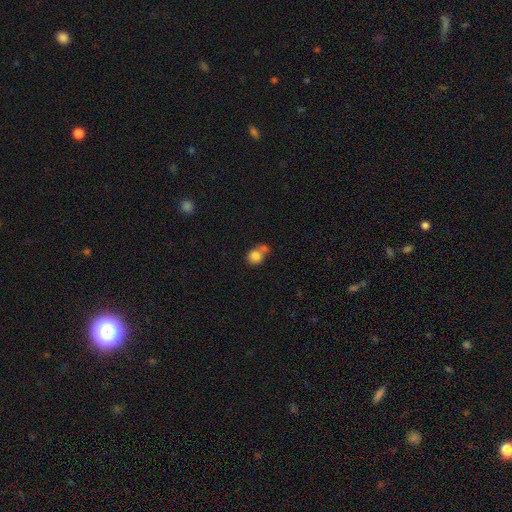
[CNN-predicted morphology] A smooth galaxy with no disk features (81%) that is round (74%).

Vote fractions:
- Smooth or featured? smooth: 81% / featured or disk: 10% / star or artifact: 9%
- How rounded? round: 74% / in between: 25% / cigar-shaped: 1%
- Merging? merger: 43% / none: 39% / minor disturbance: 12% / major disturbance: 5%